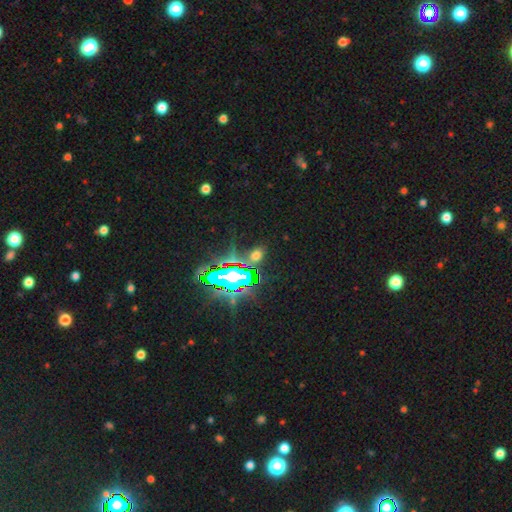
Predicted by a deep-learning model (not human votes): Smooth or featured? Predicted: star or artifact (p=0.50).